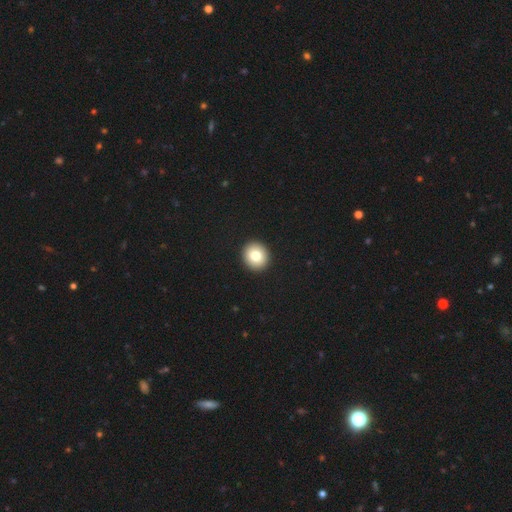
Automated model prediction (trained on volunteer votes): smooth-or-featured: smooth: 79% | featured or disk: 12% | star or artifact: 10%
  how-rounded: round: 89% | in between: 10% | cigar-shaped: 1%
  merging: none: 94% | minor disturbance: 4% | major disturbance: 1% | merger: 1%